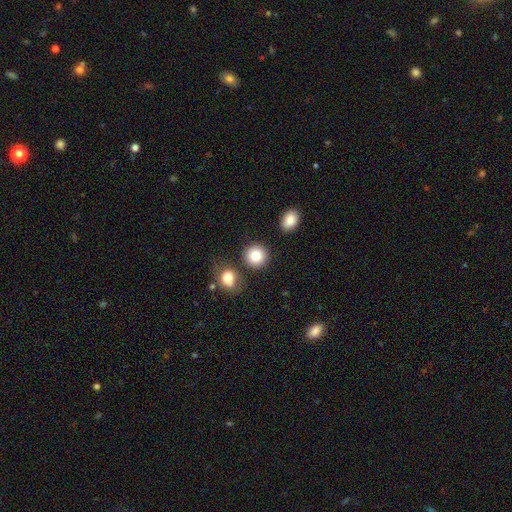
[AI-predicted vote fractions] Q: Smooth or featured?
A: smooth (86%); runner-up: star or artifact (8%)
Q: How rounded?
A: round (90%); runner-up: in between (9%)
Q: Merging?
A: none (81%); runner-up: minor disturbance (9%)